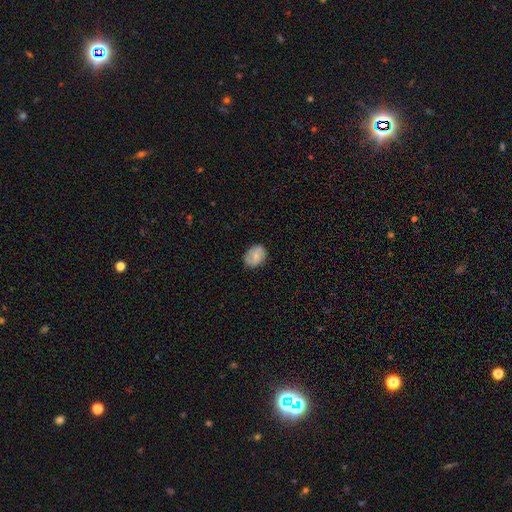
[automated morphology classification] Overall: smooth (73%). How rounded: in between (68%; round 31%). Merging: none (81%).